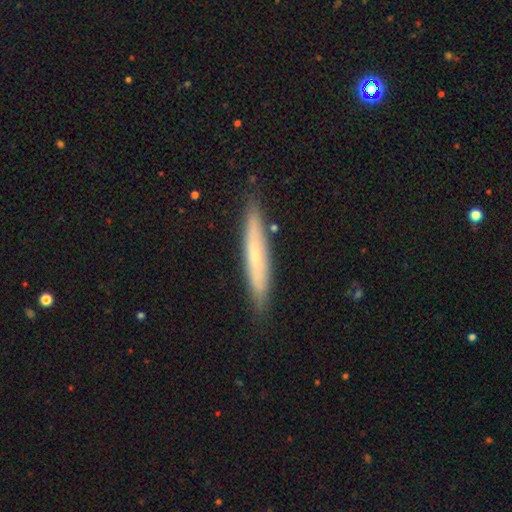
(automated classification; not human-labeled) smooth-or-featured: smooth: 53% | featured or disk: 41% | star or artifact: 7%
  how-rounded: cigar-shaped: 94% | in between: 5% | round: 1%
  merging: none: 86% | minor disturbance: 10% | major disturbance: 2% | merger: 1%